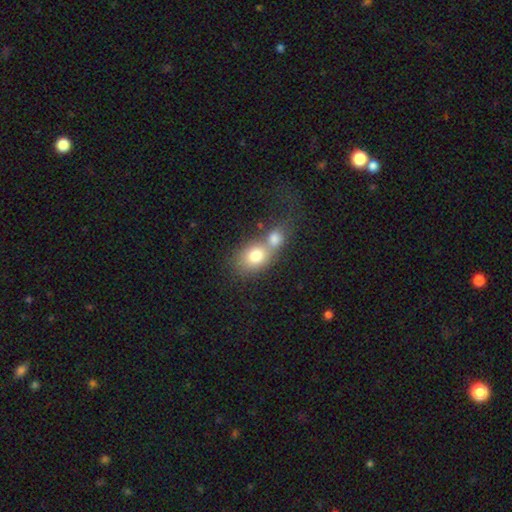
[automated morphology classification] smooth_or_featured: smooth (p=0.76) [alt: featured or disk p=0.14]
how_rounded: in between (p=0.55) [alt: round p=0.43]
merging: merger (p=0.64) [alt: none p=0.24]